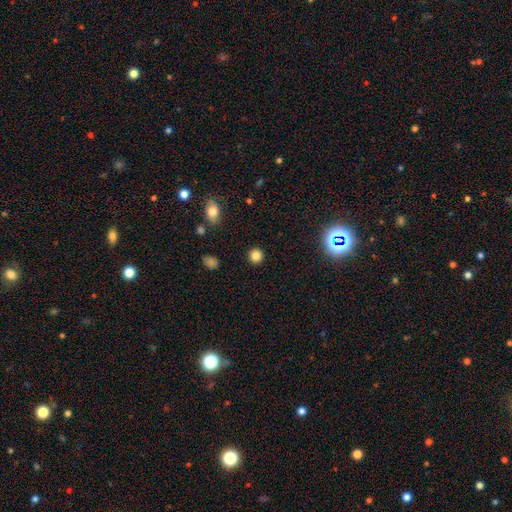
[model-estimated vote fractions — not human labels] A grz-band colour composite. It shows a smooth galaxy with no disk features (83%) that is round (92%). Merging: none (92%).